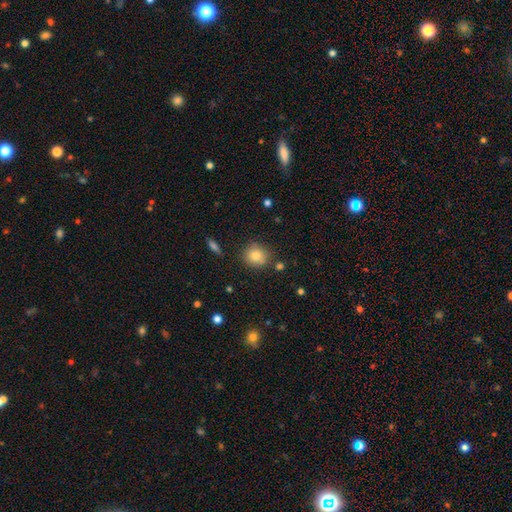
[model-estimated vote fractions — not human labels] Morphology: type=smooth (81%); roundness=round (82%); merging=none (80%).